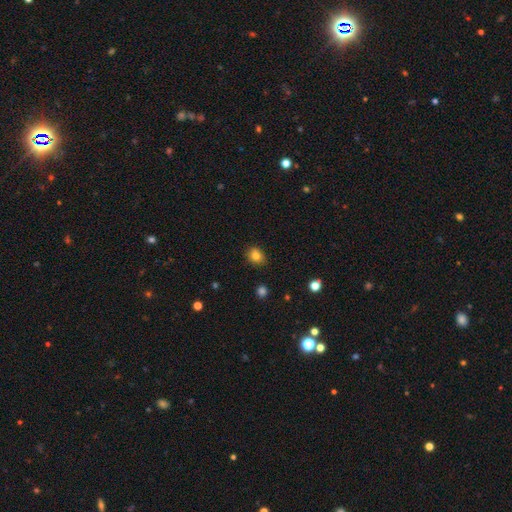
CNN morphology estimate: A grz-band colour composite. It shows a smooth galaxy with no disk features (82%) that is round (65%). Merging: none (86%).